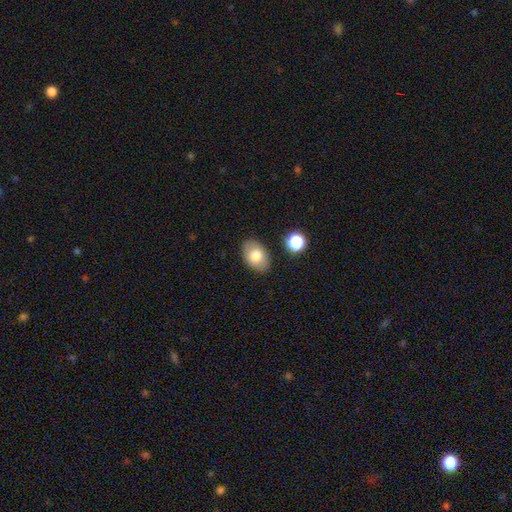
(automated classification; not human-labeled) Smooth or featured? Predicted: smooth (p=0.78). How rounded? Predicted: in between (p=0.86). Merging? Predicted: none (p=0.84).